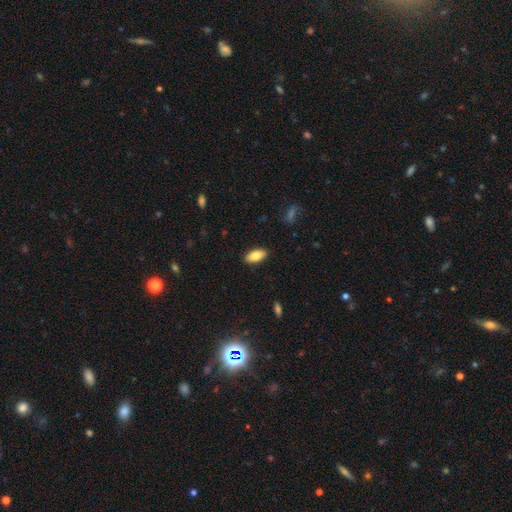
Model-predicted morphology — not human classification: Q: Smooth or featured?
A: smooth (84%); runner-up: featured or disk (10%)
Q: How rounded?
A: in between (88%); runner-up: cigar-shaped (9%)
Q: Merging?
A: none (89%); runner-up: minor disturbance (8%)